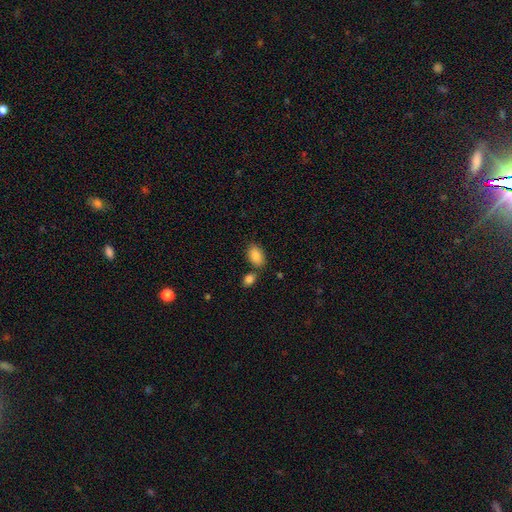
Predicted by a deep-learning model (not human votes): A smooth galaxy with no disk features (88%) that is in between round and cigar-shaped (92%).

Vote fractions:
- Smooth or featured? smooth: 88% / star or artifact: 7% / featured or disk: 5%
- How rounded? in between: 92% / round: 6% / cigar-shaped: 2%
- Merging? none: 71% / merger: 14% / minor disturbance: 12% / major disturbance: 3%